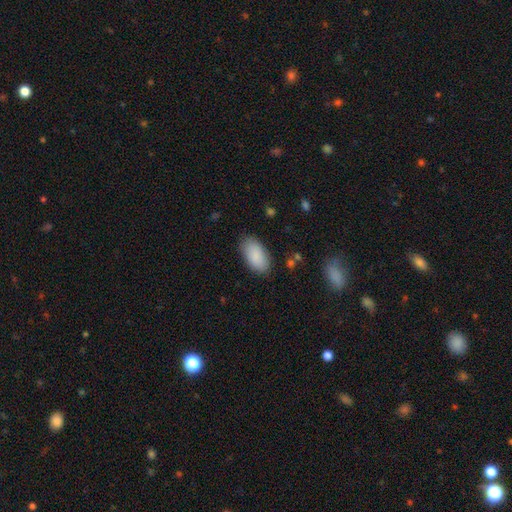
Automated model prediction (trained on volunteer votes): This appears to be a smooth galaxy with no disk features (89%) that is in between round and cigar-shaped (95%). Merging: none (83%).